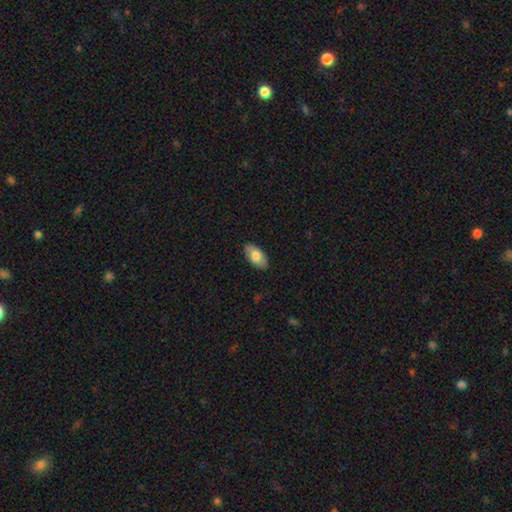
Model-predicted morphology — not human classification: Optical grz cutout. It shows a smooth galaxy with no disk features (75%) that is in between round and cigar-shaped (94%). Merging: none (87%).